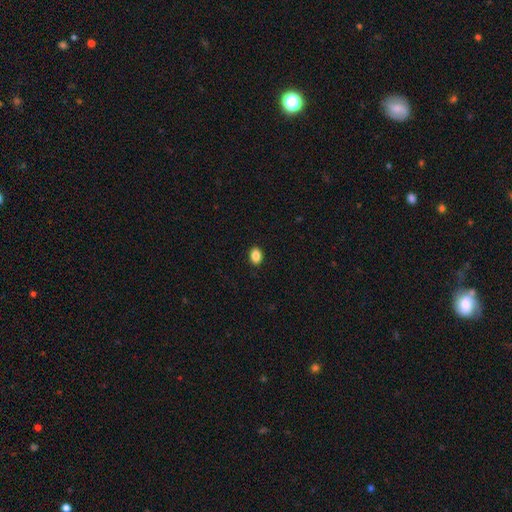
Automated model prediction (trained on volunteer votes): smooth 87%, star or artifact 9%, featured or disk 4%. Down the decision tree: how rounded — in between (74%); merging — none (91%).